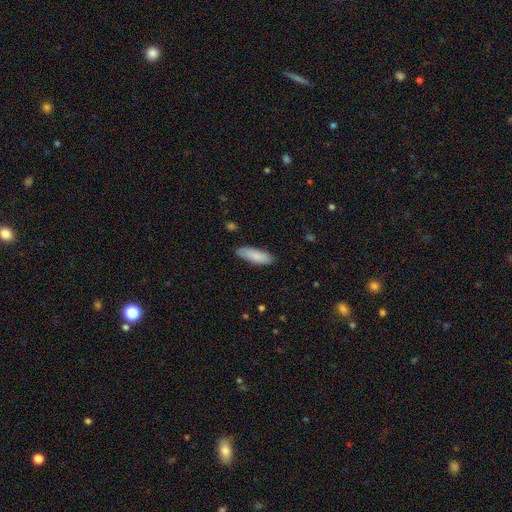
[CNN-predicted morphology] This appears to be a smooth galaxy with no disk features (86%) that is in between round and cigar-shaped (58%). Merging: none (82%).